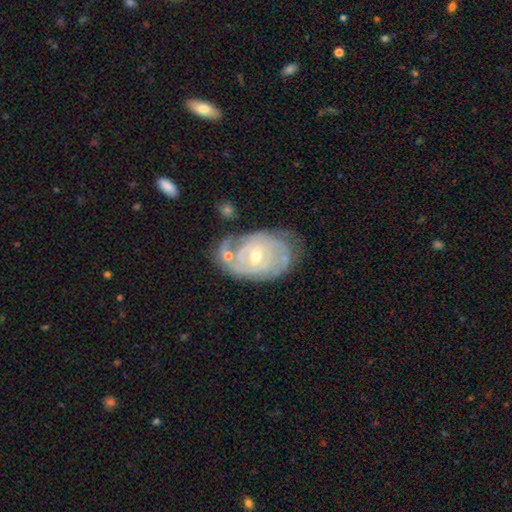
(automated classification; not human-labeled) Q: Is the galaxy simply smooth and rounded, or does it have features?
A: featured or disk — 87%.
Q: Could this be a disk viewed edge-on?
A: no — 97%.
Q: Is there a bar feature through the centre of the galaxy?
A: no — 50%.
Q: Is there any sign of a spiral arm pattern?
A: yes — 95%.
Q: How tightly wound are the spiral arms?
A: tight — 75%.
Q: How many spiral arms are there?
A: can't tell — 33%.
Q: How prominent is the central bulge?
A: small — 53%.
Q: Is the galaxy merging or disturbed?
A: none — 55%.